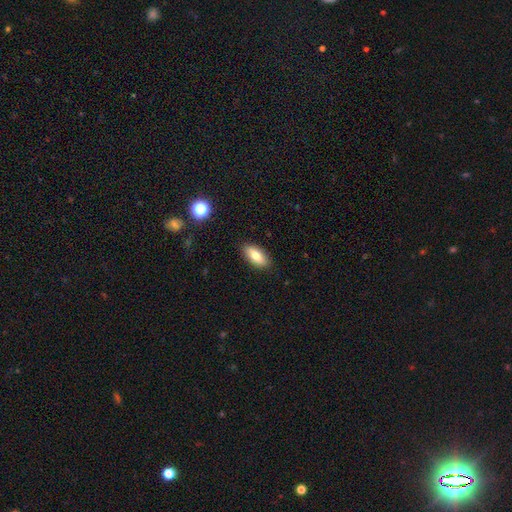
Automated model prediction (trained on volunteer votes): Overall: smooth (77%). How rounded: in between (88%). Merging: none (88%).